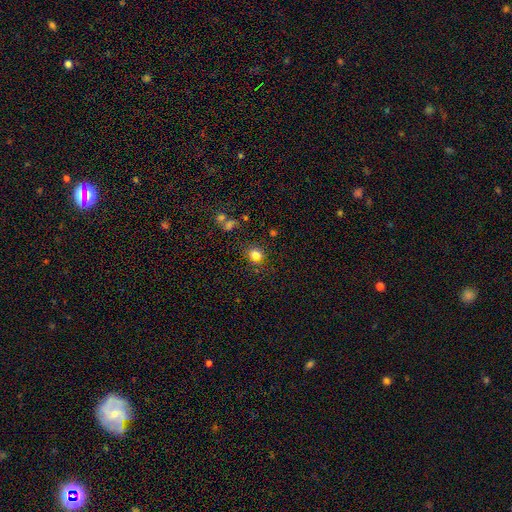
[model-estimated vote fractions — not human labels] The model was most divided on "how rounded": round: 76%, in between: 23%, cigar-shaped: 1%. More confident: merging — none (82%); smooth or featured — smooth (79%).